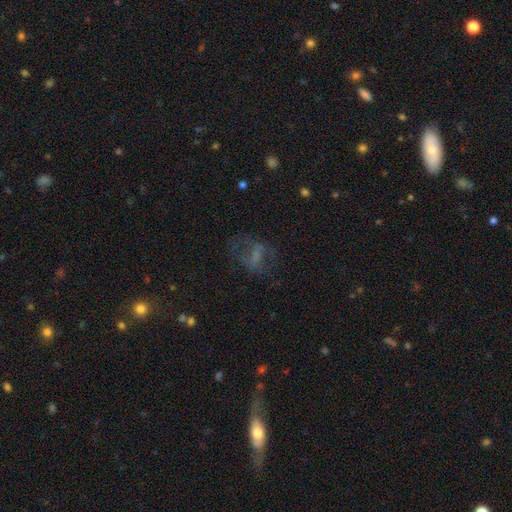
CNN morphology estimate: Q: Smooth or featured?
A: featured or disk (43%); runner-up: smooth (38%)
Q: Merging?
A: none (51%); runner-up: major disturbance (29%)